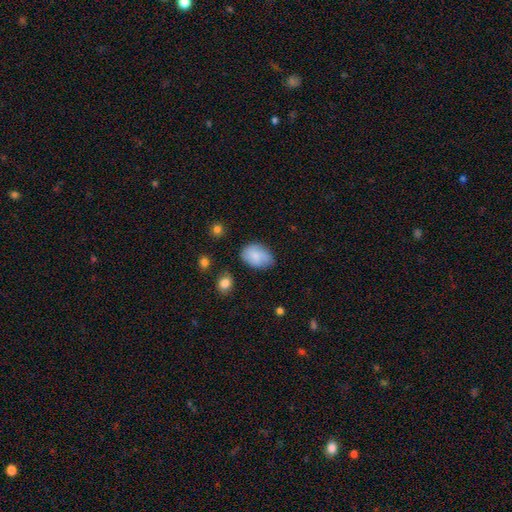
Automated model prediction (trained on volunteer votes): Smooth or featured? Predicted: smooth (p=0.77). How rounded? Predicted: in between (p=0.84). Merging? Predicted: none (p=0.66).